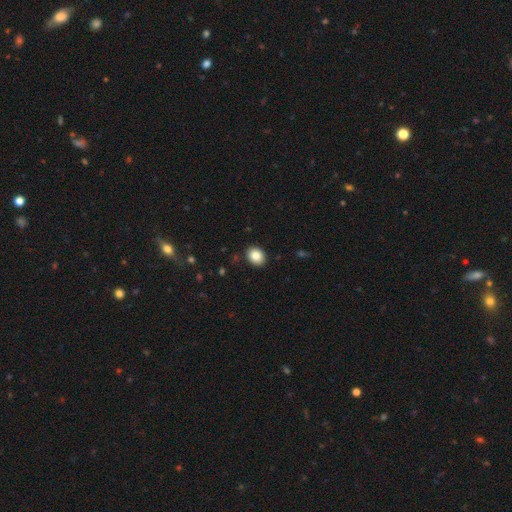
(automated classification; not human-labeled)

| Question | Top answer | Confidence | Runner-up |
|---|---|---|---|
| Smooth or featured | smooth | 85% | star or artifact (9%) |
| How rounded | in between | 51% | round (48%) |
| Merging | none | 90% | minor disturbance (7%) |